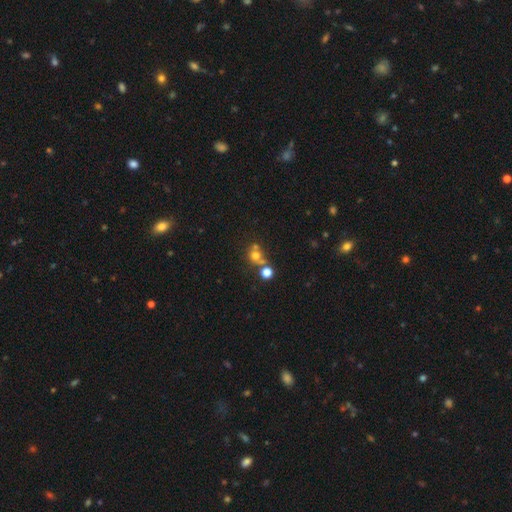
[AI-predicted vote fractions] smooth-or-featured: smooth: 66% | star or artifact: 20% | featured or disk: 14%
  how-rounded: round: 83% | in between: 16% | cigar-shaped: 1%
  merging: none: 49% | merger: 37% | minor disturbance: 9% | major disturbance: 5%